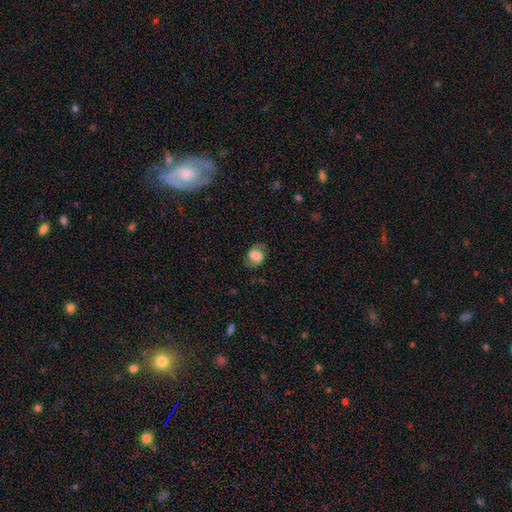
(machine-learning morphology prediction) Smooth or featured? smooth (66%)
How rounded? in between (61%)
Merging? none (65%)